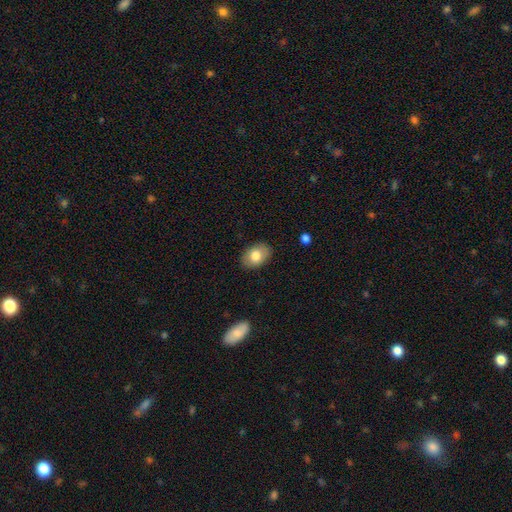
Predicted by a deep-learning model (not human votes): Smooth or featured: smooth — 79% (featured or disk — 14%)
How rounded: in between — 82% (round — 17%)
Merging: none — 87% (minor disturbance — 10%)